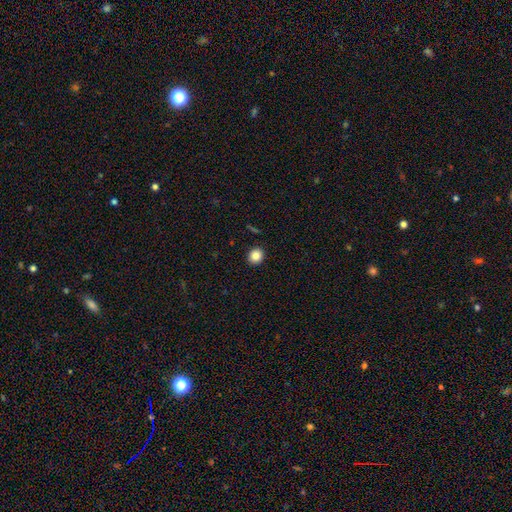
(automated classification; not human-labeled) A smooth galaxy with no disk features (84%) that is round (83%).

Vote fractions:
- Smooth or featured? smooth: 84% / star or artifact: 11% / featured or disk: 6%
- How rounded? round: 83% / in between: 16% / cigar-shaped: 1%
- Merging? none: 92% / minor disturbance: 5% / major disturbance: 2% / merger: 1%